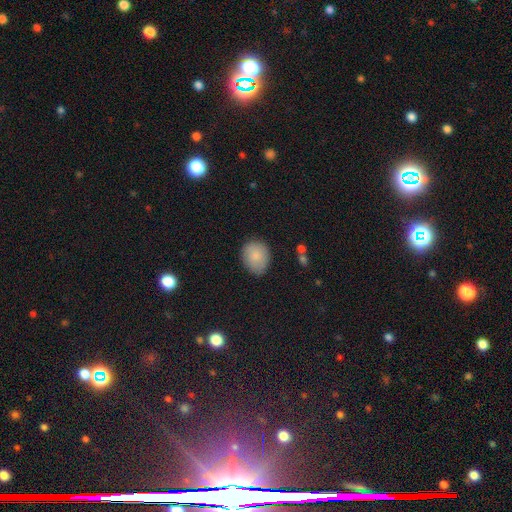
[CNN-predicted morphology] This appears to be a smooth galaxy with no disk features (85%) that is round (52%). Merging: none (77%).